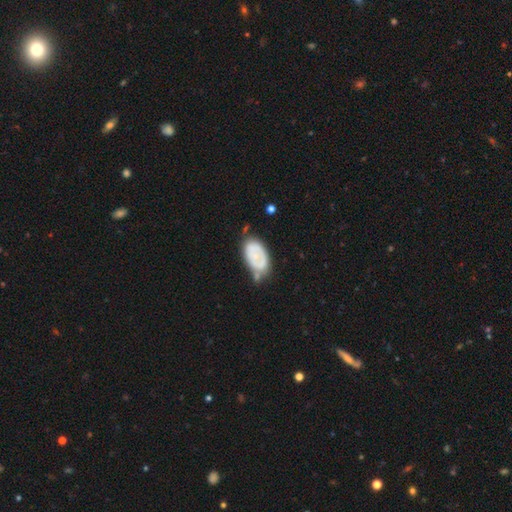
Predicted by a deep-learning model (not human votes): smooth 50%, featured or disk 43%, star or artifact 7%. Down the decision tree: merging — none (44%).